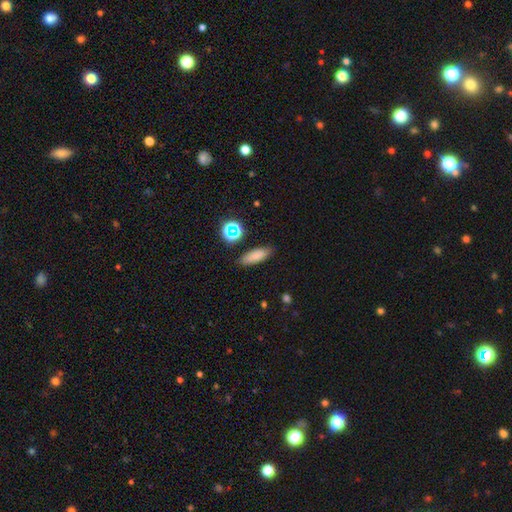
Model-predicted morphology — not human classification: This is likely a smooth galaxy (80%). How rounded: possibly in between (59%). Merging: clearly none (84%).